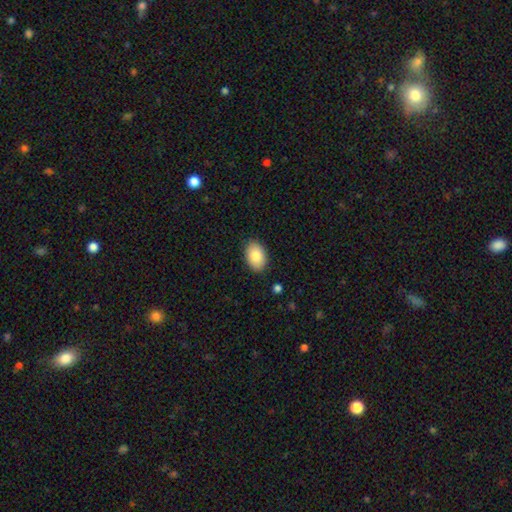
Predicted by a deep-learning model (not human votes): smooth-or-featured: smooth: 83% | featured or disk: 10% | star or artifact: 7%
  how-rounded: in between: 88% | round: 11% | cigar-shaped: 1%
  merging: none: 88% | minor disturbance: 9% | major disturbance: 2% | merger: 1%